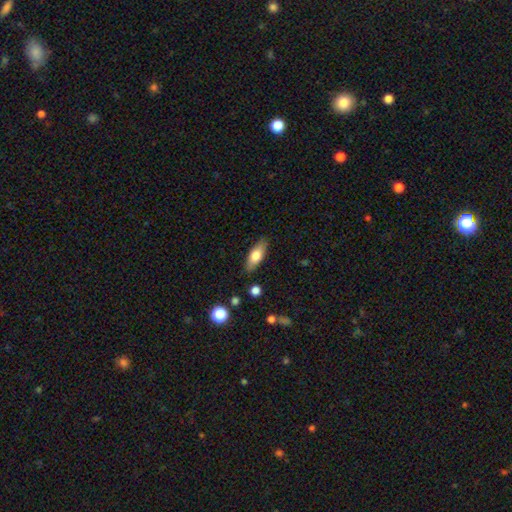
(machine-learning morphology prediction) This is likely a smooth galaxy (68%). How rounded: likely in between (69%). Merging: clearly none (85%).